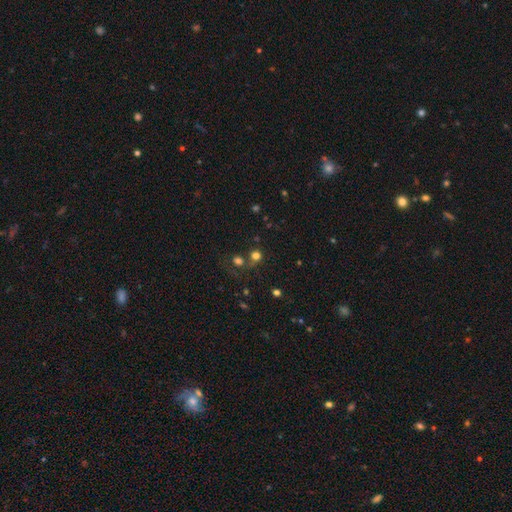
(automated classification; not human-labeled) The model was most divided on "merging": none: 50%, merger: 35%, minor disturbance: 8%, major disturbance: 7%. More confident: how rounded — round (87%); smooth or featured — smooth (71%).